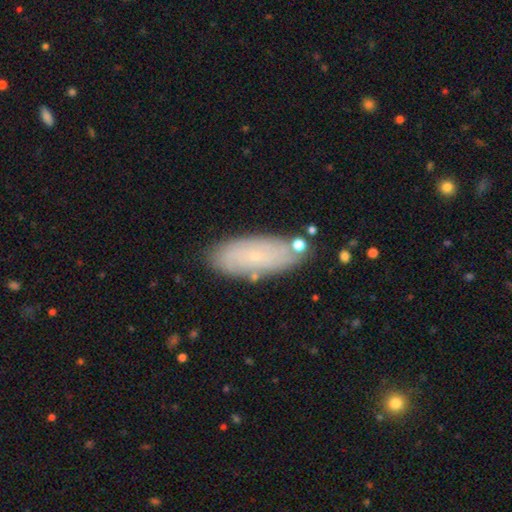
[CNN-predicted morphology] Smooth or featured? smooth (49%)
Merging? none (79%)